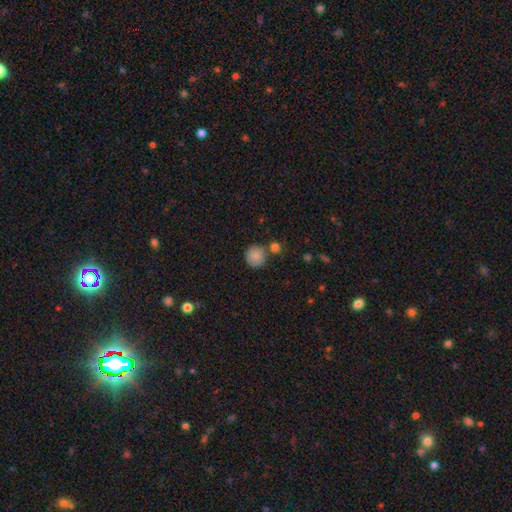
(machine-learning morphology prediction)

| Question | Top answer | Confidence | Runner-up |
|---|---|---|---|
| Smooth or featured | smooth | 85% | star or artifact (9%) |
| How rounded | round | 92% | in between (7%) |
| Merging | none | 70% | merger (15%) |